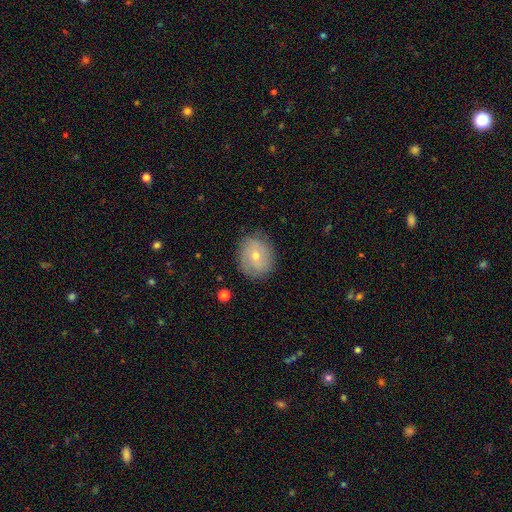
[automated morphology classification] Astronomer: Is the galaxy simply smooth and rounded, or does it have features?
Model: smooth — 49% (runner-up: featured or disk, 41%).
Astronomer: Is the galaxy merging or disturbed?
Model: none — 83%.